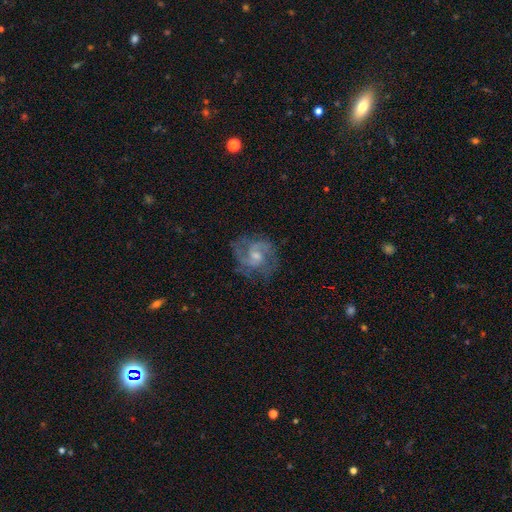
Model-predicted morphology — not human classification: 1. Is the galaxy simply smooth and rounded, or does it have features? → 82% featured or disk, 10% smooth, 8% star or artifact.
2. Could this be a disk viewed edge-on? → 97% no, 3% yes.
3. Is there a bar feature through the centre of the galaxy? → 49% no, 43% weak, 8% strong.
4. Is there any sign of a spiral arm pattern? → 95% yes, 5% no.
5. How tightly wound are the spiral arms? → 53% medium, 32% tight, 15% loose.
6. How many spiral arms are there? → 56% 2, 20% 3, 14% can't tell, 4% 4, 3% 1, 3% more than 4.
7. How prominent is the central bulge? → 47% small, 44% moderate, 6% none, 3% large, 1% dominant.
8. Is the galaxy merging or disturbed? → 75% none, 16% minor disturbance, 8% major disturbance, 1% merger.